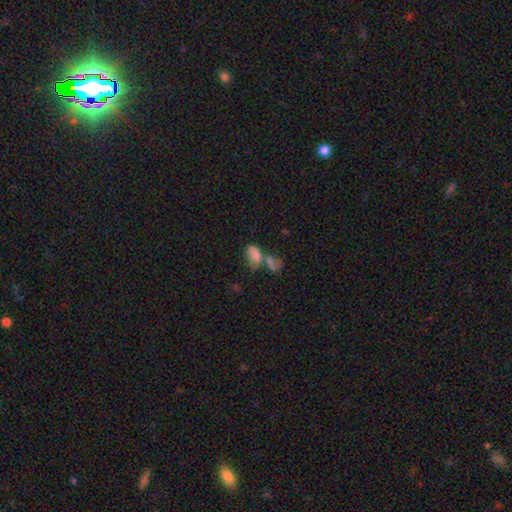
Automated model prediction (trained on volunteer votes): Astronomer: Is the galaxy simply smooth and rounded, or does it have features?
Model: smooth — 63%.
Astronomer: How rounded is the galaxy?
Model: in between — 85%.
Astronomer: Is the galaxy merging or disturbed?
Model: merger — 55%.